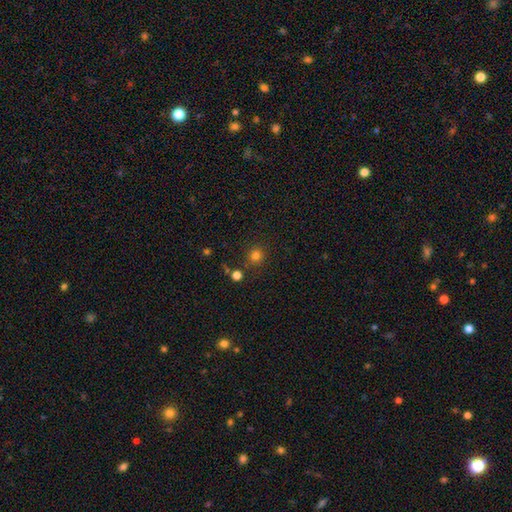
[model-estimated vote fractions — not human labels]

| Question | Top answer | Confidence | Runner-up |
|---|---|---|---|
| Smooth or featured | smooth | 79% | star or artifact (16%) |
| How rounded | round | 90% | in between (9%) |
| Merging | none | 84% | minor disturbance (8%) |